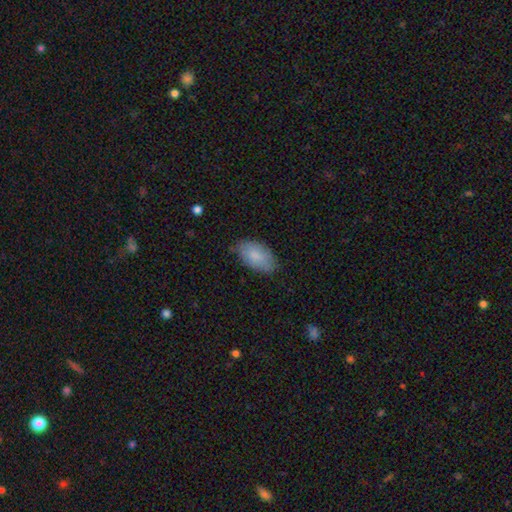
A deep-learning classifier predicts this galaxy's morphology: A smooth galaxy with no disk features (84%) that is in between round and cigar-shaped (95%).

Vote fractions:
- Smooth or featured? smooth: 84% / featured or disk: 10% / star or artifact: 6%
- How rounded? in between: 95% / round: 3% / cigar-shaped: 2%
- Merging? none: 78% / minor disturbance: 18% / major disturbance: 3% / merger: 1%